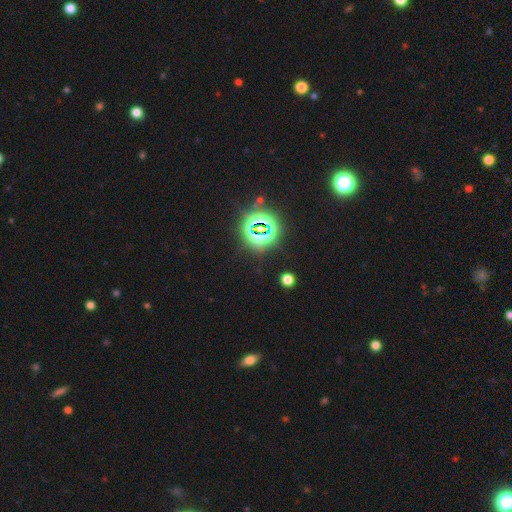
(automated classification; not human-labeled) This is likely a star or artifact rather than a galaxy (79%).